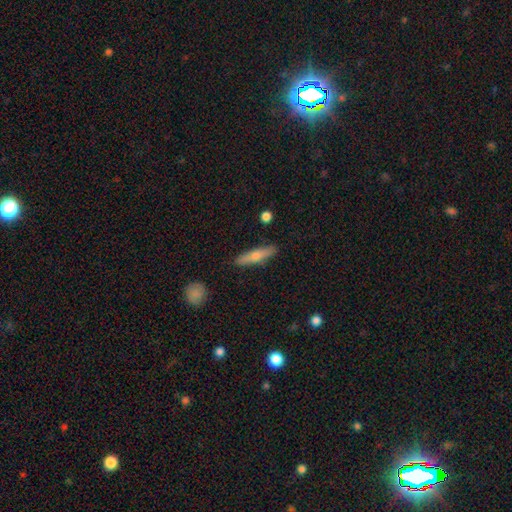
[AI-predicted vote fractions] Morphology: type=smooth (55%); roundness=cigar-shaped (82%); merging=none (89%).